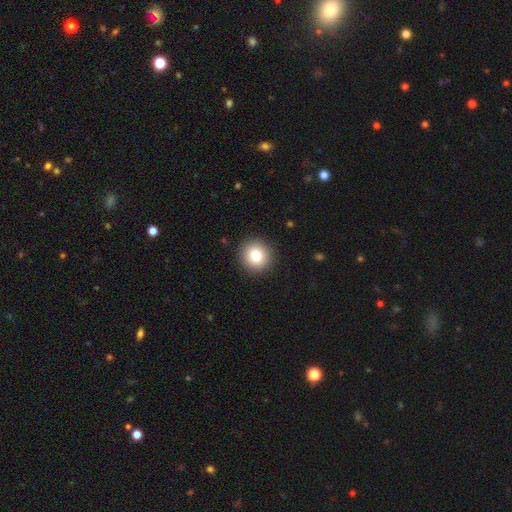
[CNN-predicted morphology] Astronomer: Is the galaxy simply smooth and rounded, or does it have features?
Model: smooth — 80%.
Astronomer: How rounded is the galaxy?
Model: round — 94%.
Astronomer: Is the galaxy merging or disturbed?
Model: none — 92%.